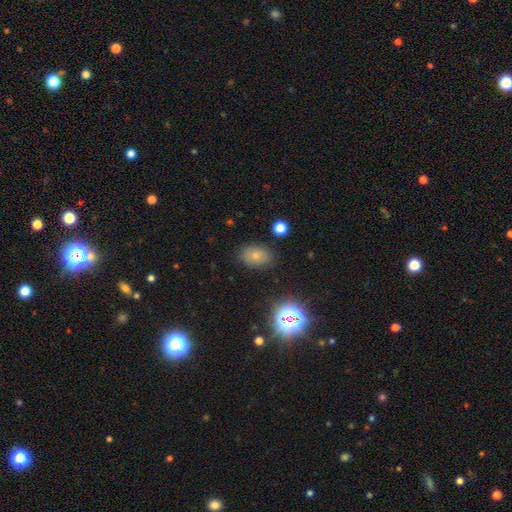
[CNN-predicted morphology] smooth-or-featured: smooth: 73% | star or artifact: 15% | featured or disk: 12%
  how-rounded: in between: 79% | round: 20% | cigar-shaped: 1%
  merging: none: 82% | minor disturbance: 12% | major disturbance: 4% | merger: 2%